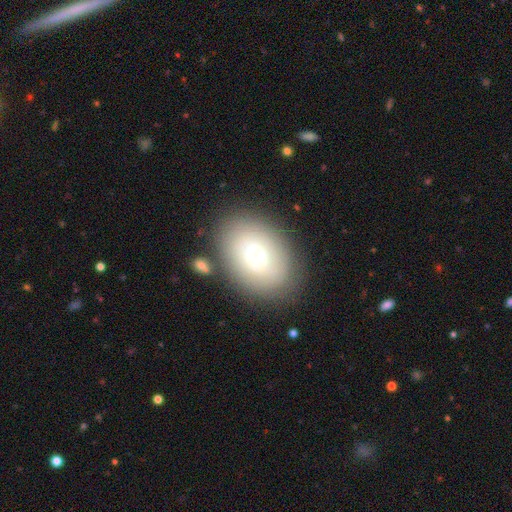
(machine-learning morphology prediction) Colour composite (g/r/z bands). It shows a smooth galaxy with no disk features (67%) that is in between round and cigar-shaped (75%). Merging: none (80%).